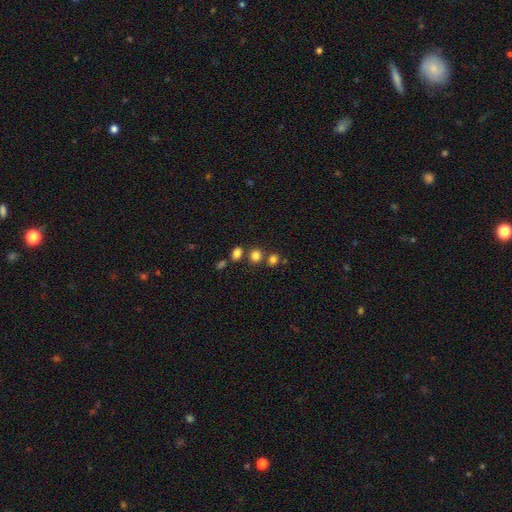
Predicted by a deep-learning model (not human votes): A smooth galaxy with no disk features (80%) that is round (76%).

Vote fractions:
- Smooth or featured? smooth: 80% / star or artifact: 15% / featured or disk: 6%
- How rounded? round: 76% / in between: 23% / cigar-shaped: 1%
- Merging? none: 69% / merger: 19% / minor disturbance: 9% / major disturbance: 4%